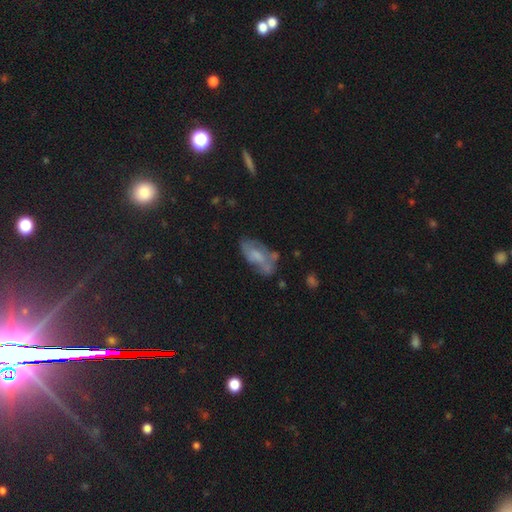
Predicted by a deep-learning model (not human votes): smooth_or_featured: featured or disk (p=0.47) [alt: smooth p=0.41]
merging: none (p=0.50) [alt: minor disturbance p=0.26]